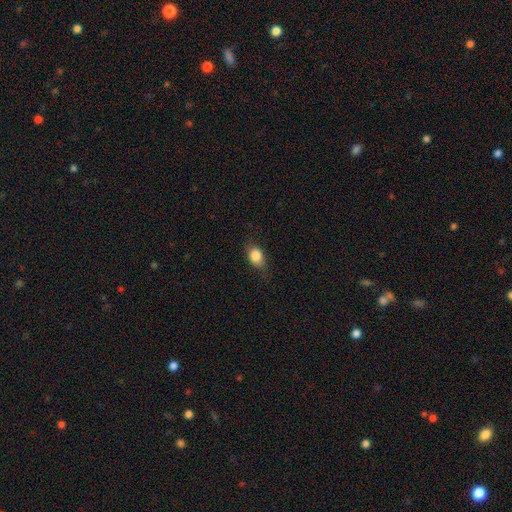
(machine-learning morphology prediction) A smooth galaxy with no disk features (84%) that is in between round and cigar-shaped (67%).

Vote fractions:
- Smooth or featured? smooth: 84% / star or artifact: 8% / featured or disk: 8%
- How rounded? in between: 67% / round: 31% / cigar-shaped: 3%
- Merging? none: 71% / minor disturbance: 22% / major disturbance: 6% / merger: 1%